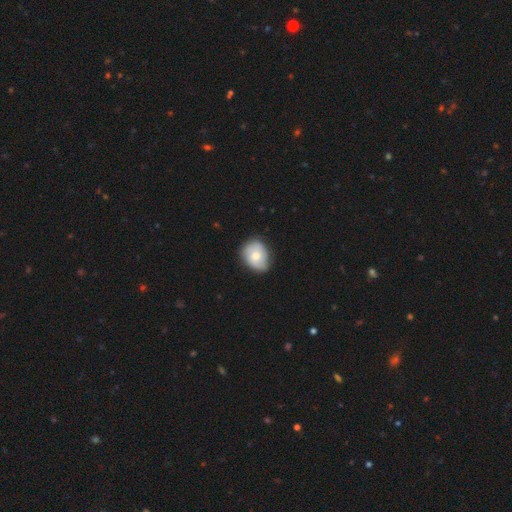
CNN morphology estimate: smooth 61%, featured or disk 33%, star or artifact 7%. Down the decision tree: how rounded — in between (54%); merging — none (72%).